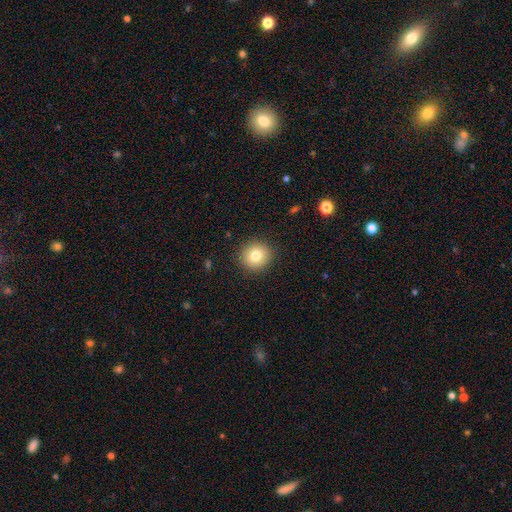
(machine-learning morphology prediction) Q: Smooth or featured?
A: smooth (79%); runner-up: star or artifact (11%)
Q: How rounded?
A: round (91%); runner-up: in between (8%)
Q: Merging?
A: none (91%); runner-up: minor disturbance (6%)